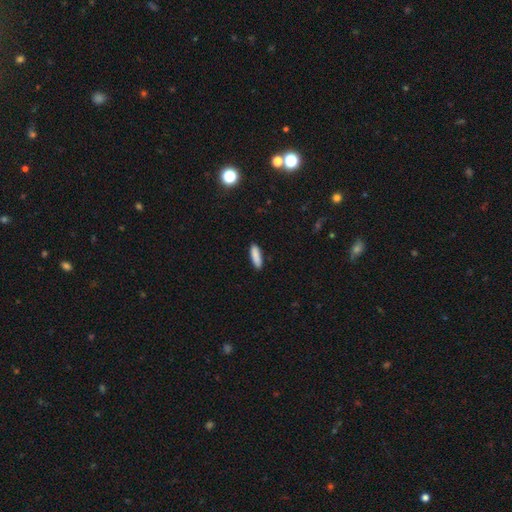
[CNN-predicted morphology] Q: Smooth or featured?
A: smooth (88%); runner-up: star or artifact (6%)
Q: How rounded?
A: cigar-shaped (59%); runner-up: in between (39%)
Q: Merging?
A: none (87%); runner-up: minor disturbance (9%)